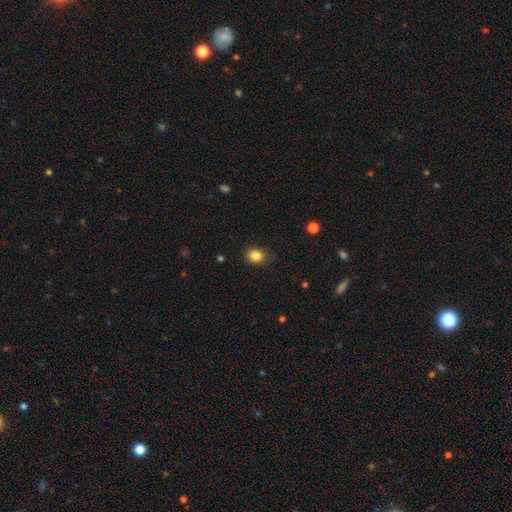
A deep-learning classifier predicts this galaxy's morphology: Smooth or featured?
  - smooth: 85% *
  - star or artifact: 10%
  - featured or disk: 5%
How rounded?
  - round: 57% *
  - in between: 42%
  - cigar-shaped: 1%
Merging?
  - none: 84% *
  - minor disturbance: 12%
  - major disturbance: 3%
  - merger: 1%